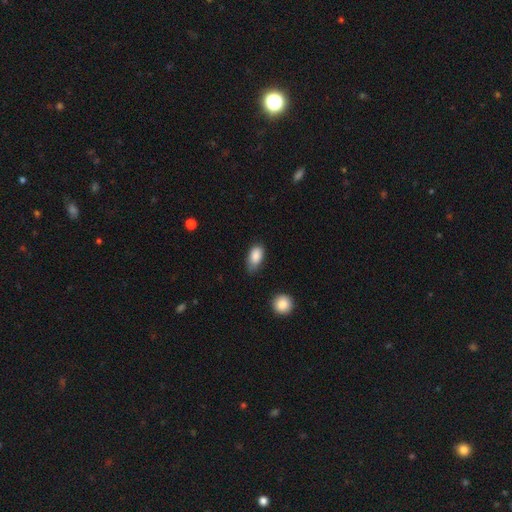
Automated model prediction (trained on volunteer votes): This is clearly a smooth galaxy (87%). How rounded: clearly in between (91%). Merging: possibly none (58%).